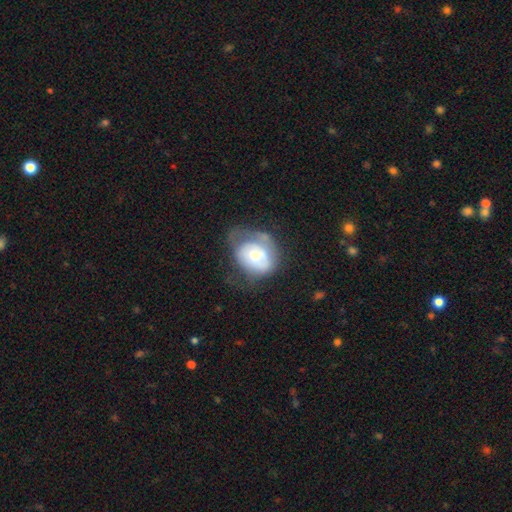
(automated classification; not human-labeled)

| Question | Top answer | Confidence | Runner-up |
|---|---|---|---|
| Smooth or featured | featured or disk | 47% | smooth (46%) |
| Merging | minor disturbance | 33% | none (32%) |